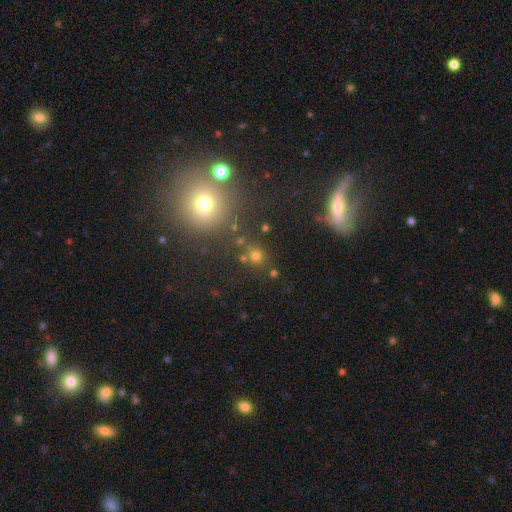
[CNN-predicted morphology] smooth 65%, star or artifact 27%, featured or disk 8%. Down the decision tree: how rounded — round (87%); merging — none (75%).